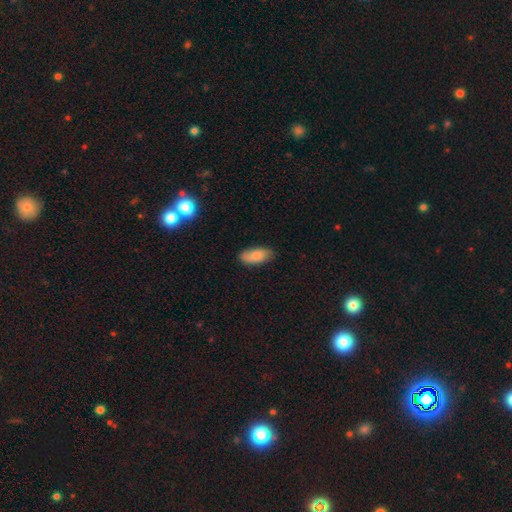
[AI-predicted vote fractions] Morphology: type=smooth (79%); roundness=in between (87%); merging=none (80%).